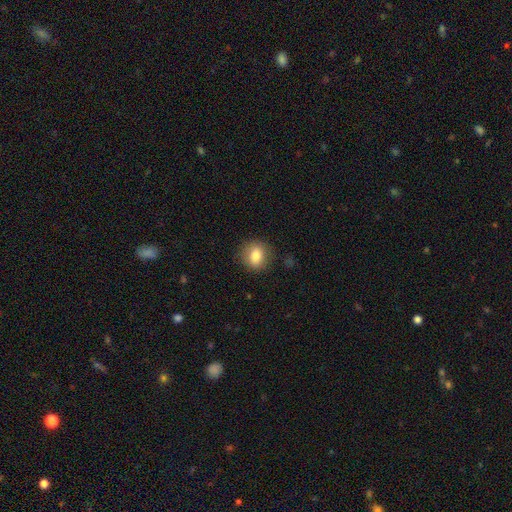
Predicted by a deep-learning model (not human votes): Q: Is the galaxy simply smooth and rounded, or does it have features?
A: smooth — 81%.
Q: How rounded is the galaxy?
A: round — 68%.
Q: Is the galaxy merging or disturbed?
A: none — 86%.